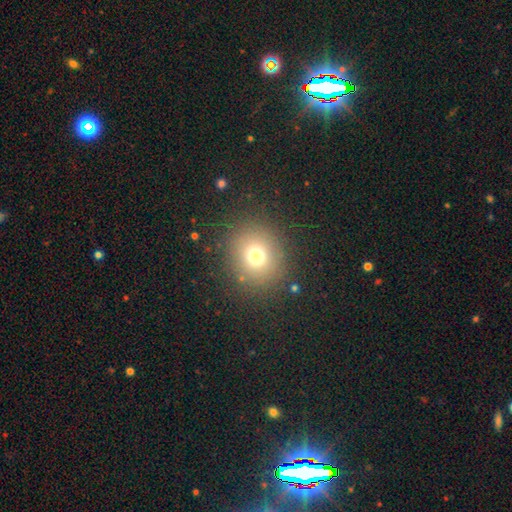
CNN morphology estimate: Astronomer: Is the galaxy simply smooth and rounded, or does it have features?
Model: smooth — 72%.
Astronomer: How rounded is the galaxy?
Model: round — 86%.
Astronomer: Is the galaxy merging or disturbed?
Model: none — 86%.